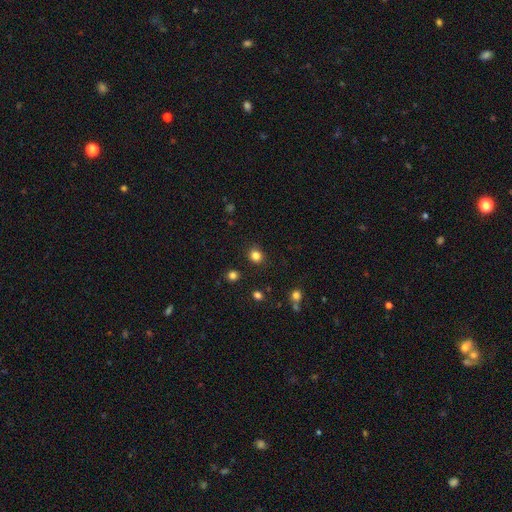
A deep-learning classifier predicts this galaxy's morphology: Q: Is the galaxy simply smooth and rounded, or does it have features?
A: smooth — 83%.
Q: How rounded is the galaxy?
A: round — 81%.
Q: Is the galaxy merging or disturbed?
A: none — 89%.